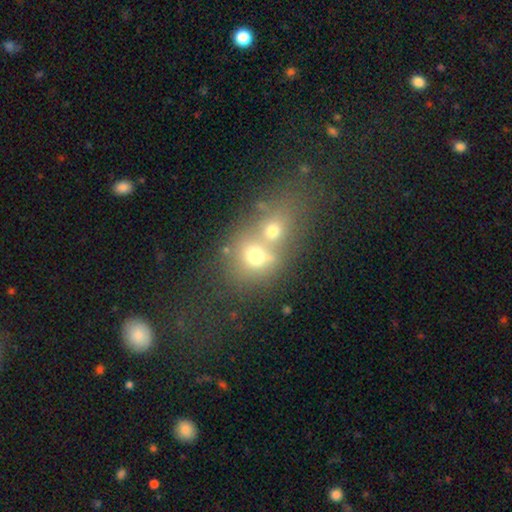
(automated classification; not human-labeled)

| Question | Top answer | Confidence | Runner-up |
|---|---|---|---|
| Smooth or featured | smooth | 62% | featured or disk (21%) |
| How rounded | round | 68% | in between (31%) |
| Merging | merger | 61% | none (27%) |